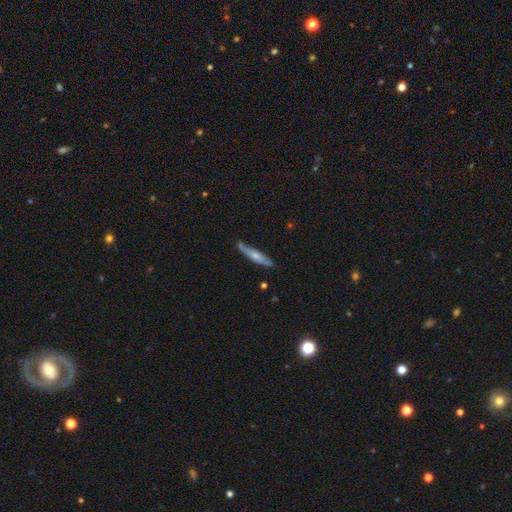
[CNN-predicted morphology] This appears to be a smooth galaxy with no disk features (54%) that is cigar-shaped (89%). Merging: none (71%).